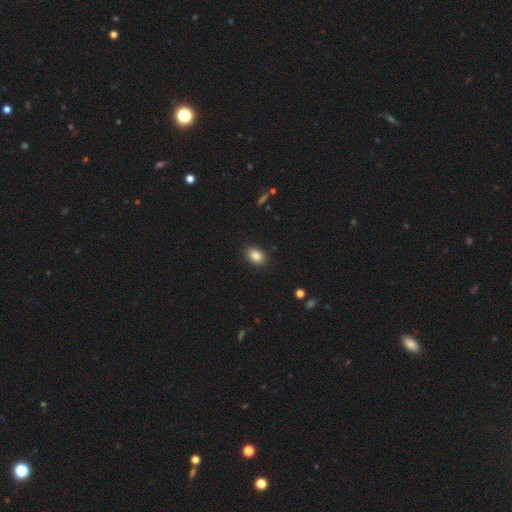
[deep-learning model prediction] A smooth galaxy with no disk features (86%) that is in between round and cigar-shaped (78%).

Vote fractions:
- Smooth or featured? smooth: 86% / star or artifact: 9% / featured or disk: 5%
- How rounded? in between: 78% / round: 21% / cigar-shaped: 1%
- Merging? none: 89% / minor disturbance: 8% / major disturbance: 2% / merger: 1%